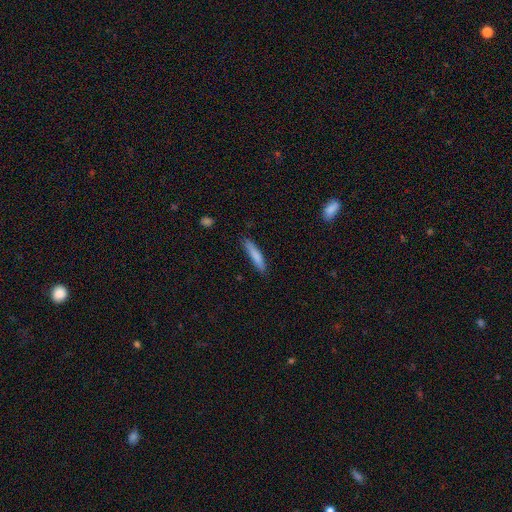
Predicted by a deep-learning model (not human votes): A smooth galaxy with no disk features (81%) that is cigar-shaped (89%).

Vote fractions:
- Smooth or featured? smooth: 81% / featured or disk: 13% / star or artifact: 6%
- How rounded? cigar-shaped: 89% / in between: 10% / round: 1%
- Merging? none: 84% / minor disturbance: 12% / major disturbance: 2% / merger: 1%